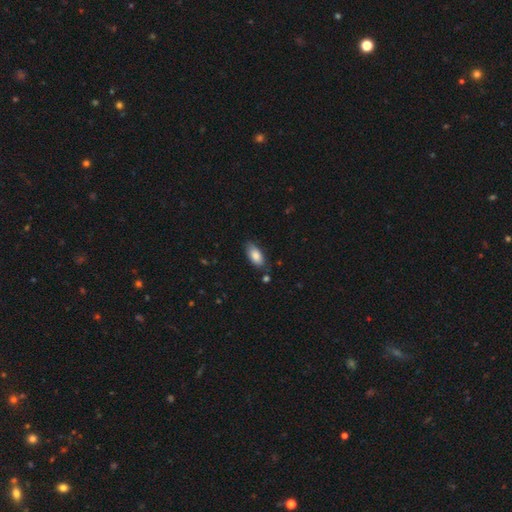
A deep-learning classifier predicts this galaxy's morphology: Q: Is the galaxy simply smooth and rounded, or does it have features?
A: smooth — 85%.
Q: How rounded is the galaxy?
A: in between — 90%.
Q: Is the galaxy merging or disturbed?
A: none — 75%.